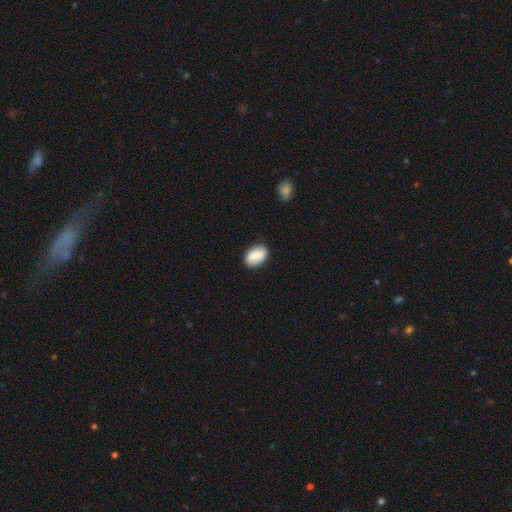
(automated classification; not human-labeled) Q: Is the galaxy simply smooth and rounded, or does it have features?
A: smooth — 81%.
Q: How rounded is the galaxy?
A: in between — 87%.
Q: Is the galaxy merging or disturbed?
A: none — 83%.